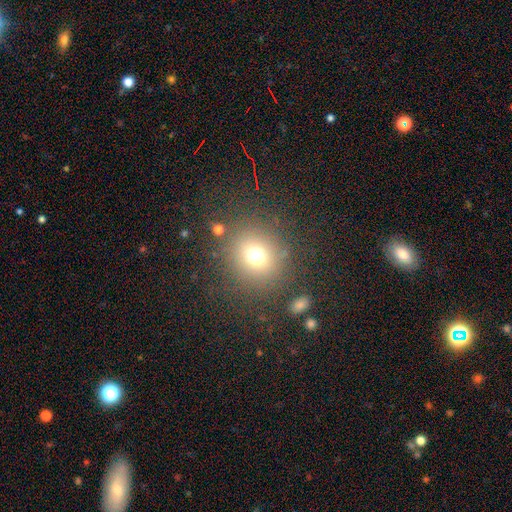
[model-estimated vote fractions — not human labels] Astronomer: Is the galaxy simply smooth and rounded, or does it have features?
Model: smooth — 69%.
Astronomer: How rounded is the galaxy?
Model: round — 86%.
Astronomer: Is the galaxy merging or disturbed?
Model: none — 81%.